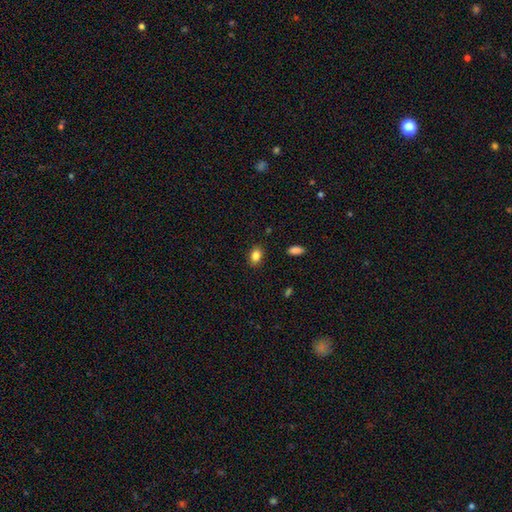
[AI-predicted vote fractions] A smooth galaxy with no disk features (84%) that is in between round and cigar-shaped (75%).

Vote fractions:
- Smooth or featured? smooth: 84% / star or artifact: 10% / featured or disk: 6%
- How rounded? in between: 75% / round: 24% / cigar-shaped: 1%
- Merging? none: 87% / minor disturbance: 9% / major disturbance: 2% / merger: 1%